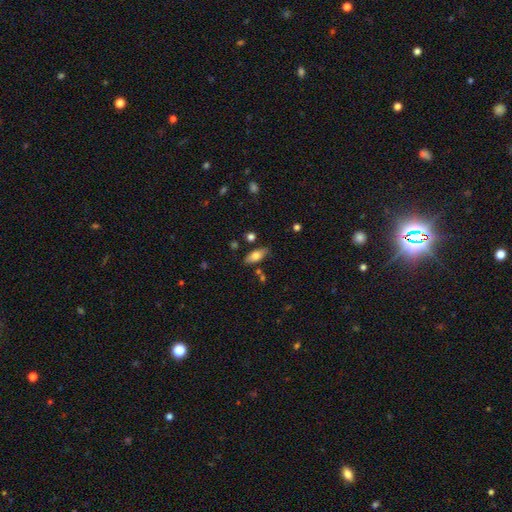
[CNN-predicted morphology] A smooth galaxy with no disk features (75%) that is in between round and cigar-shaped (85%). Merging: none (79%).